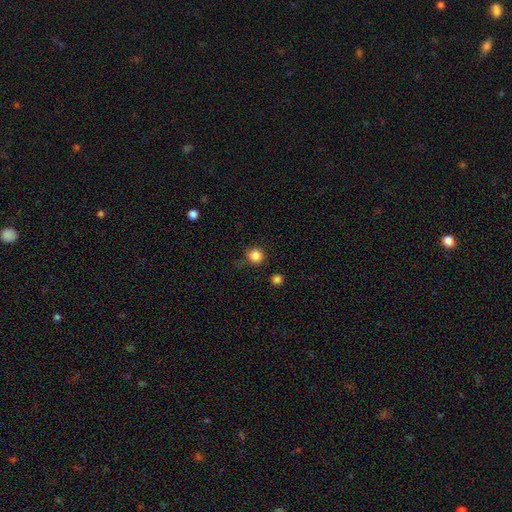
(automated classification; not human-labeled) The model was most divided on "merging": none: 79%, minor disturbance: 13%, major disturbance: 4%, merger: 3%. More confident: how rounded — round (91%); smooth or featured — smooth (85%).